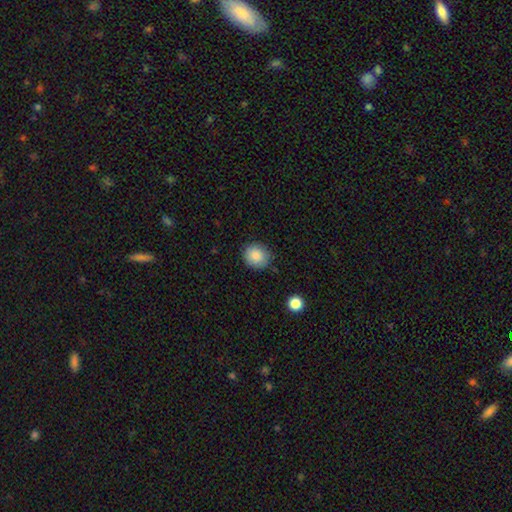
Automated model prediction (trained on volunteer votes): The model was most divided on "how rounded": round: 80%, in between: 19%, cigar-shaped: 1%. More confident: smooth or featured — smooth (87%); merging — none (84%).